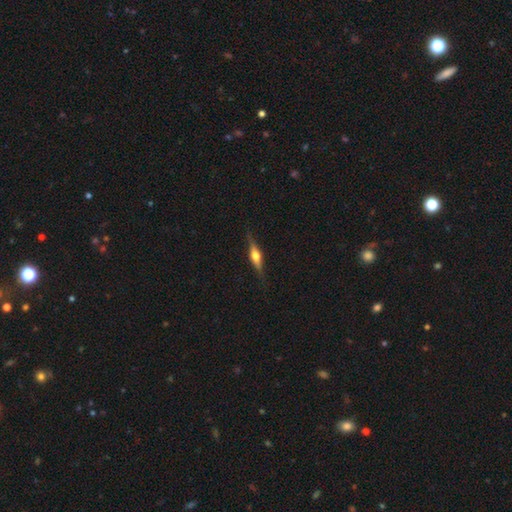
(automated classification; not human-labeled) Smooth or featured? featured or disk (58%)
Edge-on disk? yes (95%)
Edge-on bulge? rounded (92%)
Merging? none (83%)